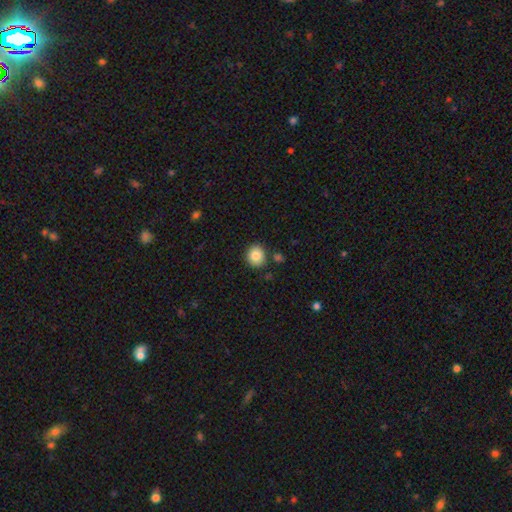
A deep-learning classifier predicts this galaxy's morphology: type=smooth (83%); roundness=round (83%); merging=none (85%).